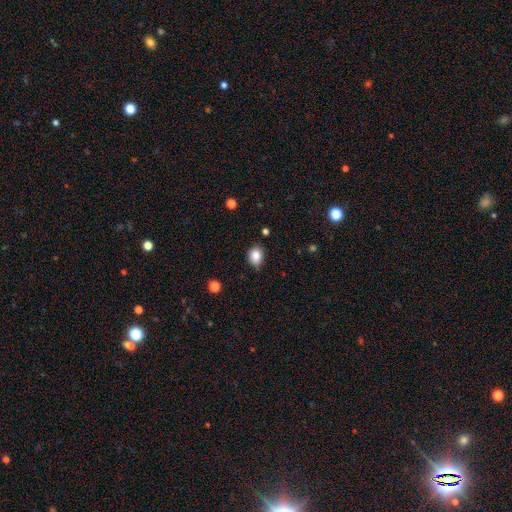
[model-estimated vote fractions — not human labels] This is clearly a smooth galaxy (84%). How rounded: possibly round (57%). Merging: clearly none (83%).